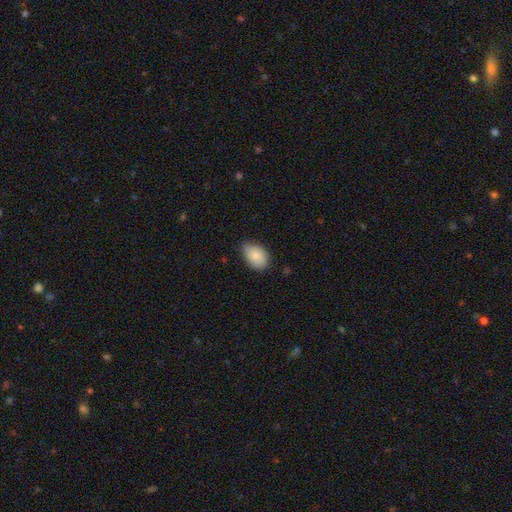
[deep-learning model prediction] smooth_or_featured: smooth (p=0.85) [alt: featured or disk p=0.08]
how_rounded: in between (p=0.82) [alt: round p=0.17]
merging: none (p=0.65) [alt: minor disturbance p=0.30]